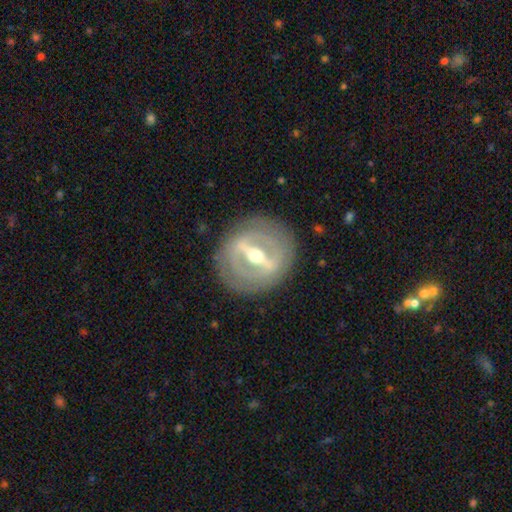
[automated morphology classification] Smooth or featured: featured or disk — 84% (smooth — 11%)
Edge-on disk: no — 81% (yes — 19%)
Bar: strong — 83% (weak — 13%)
Spiral arms: no — 67% (yes — 33%)
Bulge size: moderate — 72% (small — 21%)
Merging: none — 85% (minor disturbance — 9%)